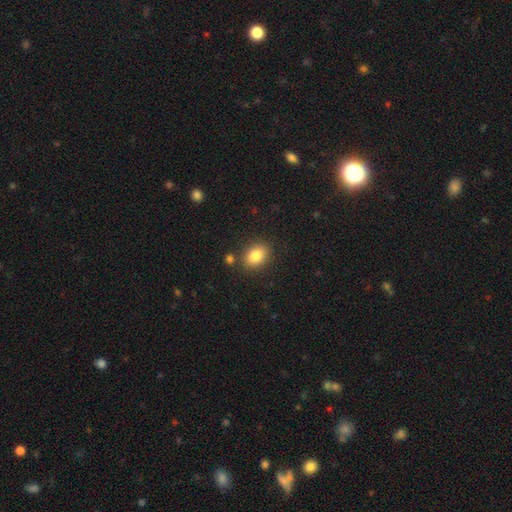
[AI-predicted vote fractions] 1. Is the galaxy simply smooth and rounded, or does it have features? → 84% smooth, 9% star or artifact, 7% featured or disk.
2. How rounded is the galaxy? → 70% in between, 28% round, 1% cigar-shaped.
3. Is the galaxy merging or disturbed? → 82% none, 10% minor disturbance, 5% merger, 3% major disturbance.